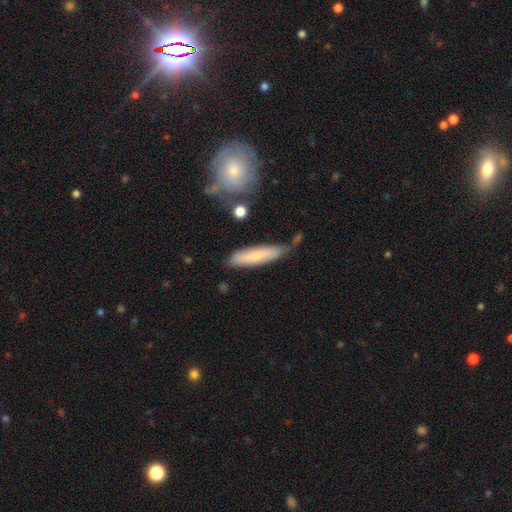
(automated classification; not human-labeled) Smooth or featured: smooth — 70% (featured or disk — 24%)
How rounded: cigar-shaped — 76% (in between — 22%)
Merging: none — 64% (minor disturbance — 23%)